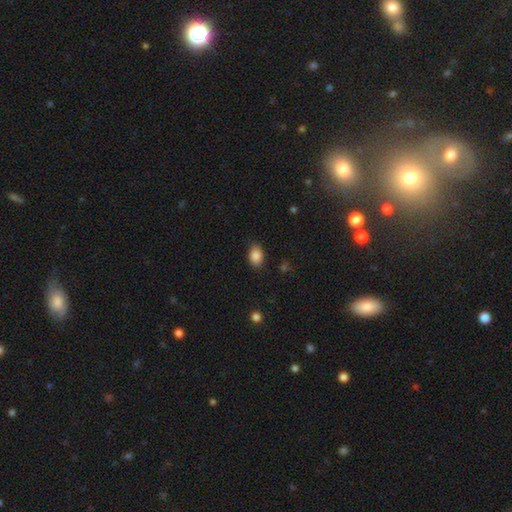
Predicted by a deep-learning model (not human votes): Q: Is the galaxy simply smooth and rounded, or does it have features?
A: smooth — 87%.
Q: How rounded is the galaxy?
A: in between — 75%.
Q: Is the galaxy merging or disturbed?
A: none — 82%.